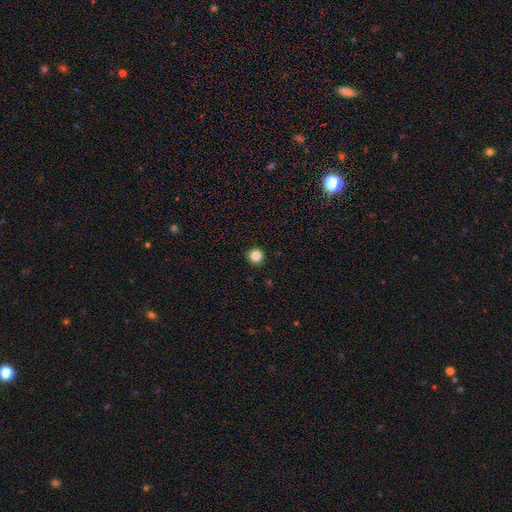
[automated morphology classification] This appears to be a smooth galaxy with no disk features (85%) that is round (95%). Merging: none (92%).